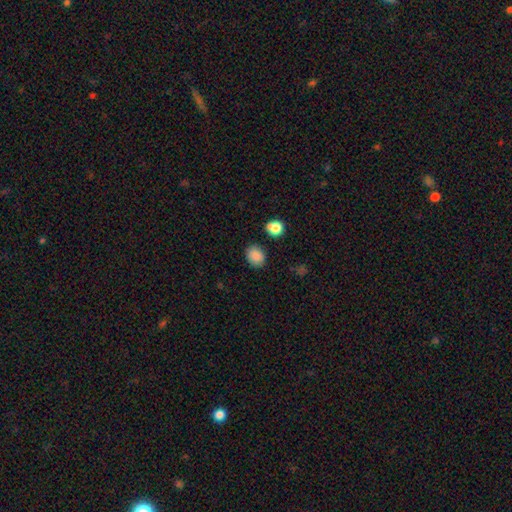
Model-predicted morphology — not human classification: Overall: smooth (87%). How rounded: round (53%; in between 46%). Merging: none (84%).